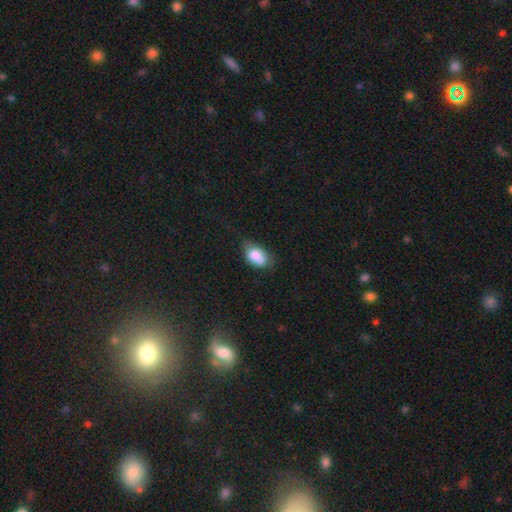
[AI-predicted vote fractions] smooth 79%, featured or disk 13%, star or artifact 8%. Down the decision tree: how rounded — in between (86%); merging — none (45%).